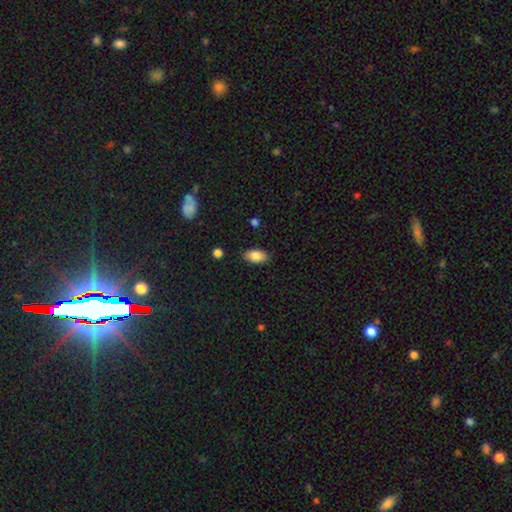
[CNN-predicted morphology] type=smooth (85%); roundness=in between (92%); merging=none (86%).